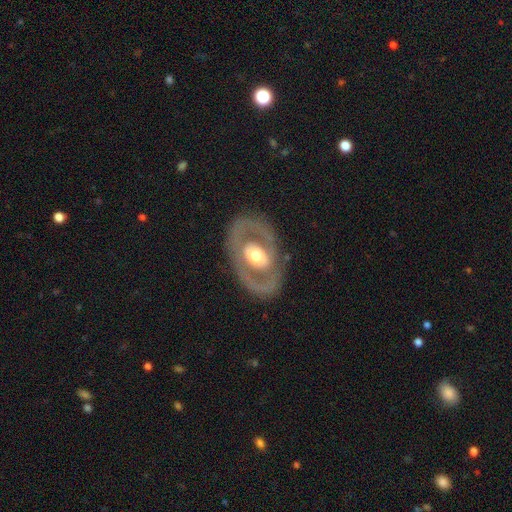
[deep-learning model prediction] A featured or disk galaxy (76%) with no bar (58%), no spiral arms (57%) and a moderate central bulge (63%). Merging: none (80%).